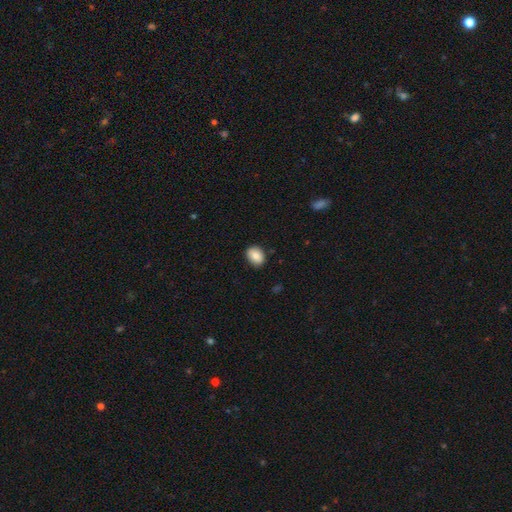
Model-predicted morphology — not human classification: type=smooth (85%); roundness=in between (67%); merging=none (87%).